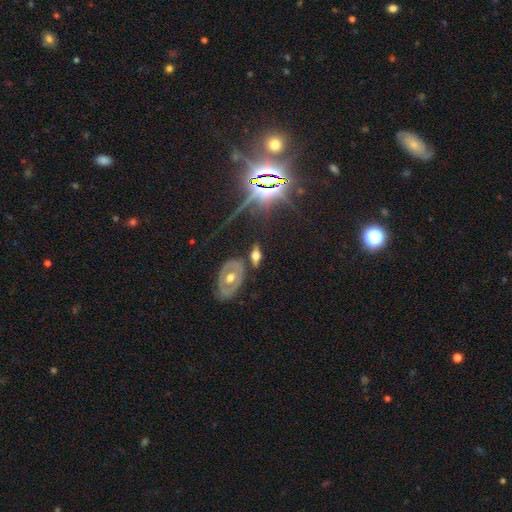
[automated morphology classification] Overall: smooth (43%; featured or disk 41%). Merging: none (69%).